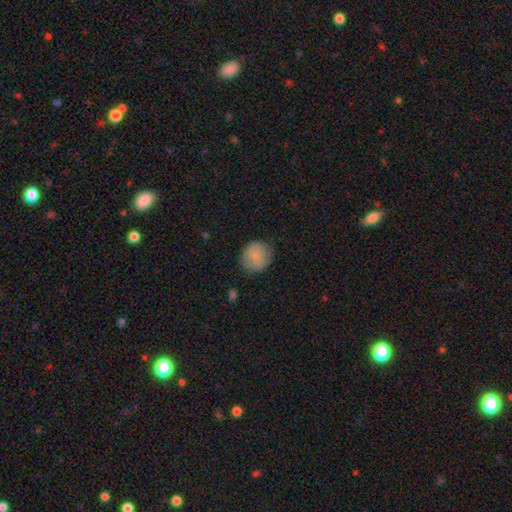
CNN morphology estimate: smooth-or-featured: smooth: 83% | featured or disk: 9% | star or artifact: 8%
  how-rounded: round: 84% | in between: 15% | cigar-shaped: 1%
  merging: none: 78% | minor disturbance: 16% | major disturbance: 4% | merger: 1%